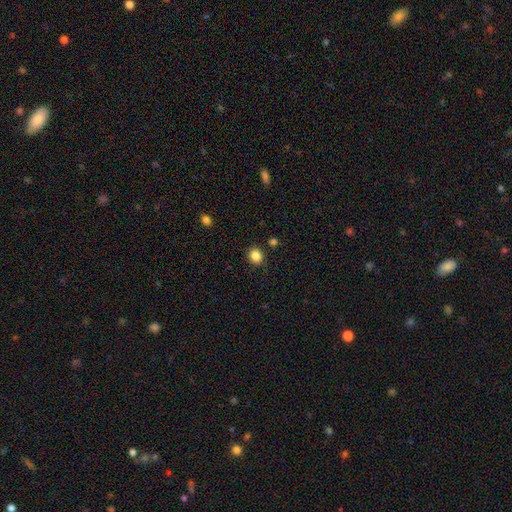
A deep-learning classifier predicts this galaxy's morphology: A smooth galaxy with no disk features (85%) that is round (74%).

Vote fractions:
- Smooth or featured? smooth: 85% / star or artifact: 11% / featured or disk: 4%
- How rounded? round: 74% / in between: 25% / cigar-shaped: 1%
- Merging? none: 86% / minor disturbance: 9% / major disturbance: 3% / merger: 3%